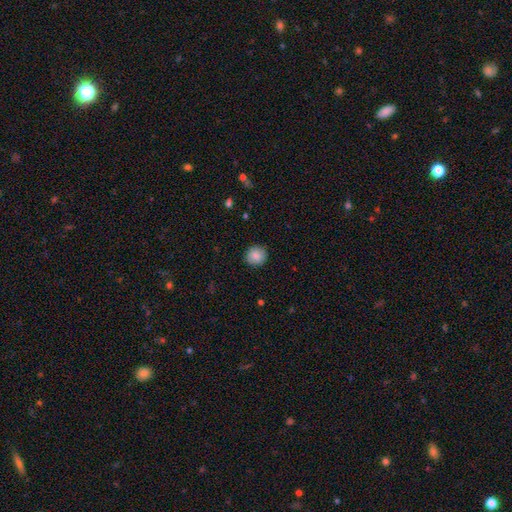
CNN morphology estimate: A smooth galaxy with no disk features (87%) that is round (92%).

Vote fractions:
- Smooth or featured? smooth: 87% / star or artifact: 8% / featured or disk: 5%
- How rounded? round: 92% / in between: 7% / cigar-shaped: 1%
- Merging? none: 91% / minor disturbance: 6% / major disturbance: 2% / merger: 1%